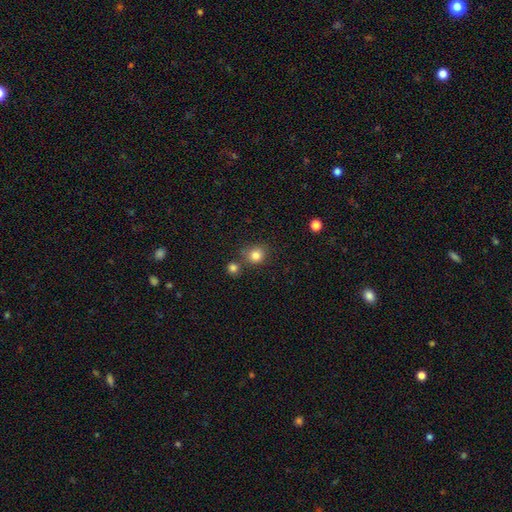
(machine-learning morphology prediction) smooth-or-featured: smooth: 82% | star or artifact: 12% | featured or disk: 6%
  how-rounded: round: 83% | in between: 16% | cigar-shaped: 1%
  merging: none: 69% | merger: 15% | minor disturbance: 12% | major disturbance: 4%